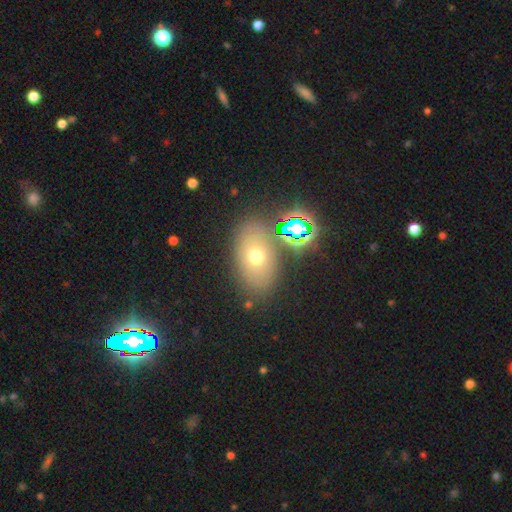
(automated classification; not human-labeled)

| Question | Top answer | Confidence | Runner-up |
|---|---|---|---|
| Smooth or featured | smooth | 63% | star or artifact (19%) |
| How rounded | in between | 78% | round (20%) |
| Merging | none | 78% | minor disturbance (11%) |